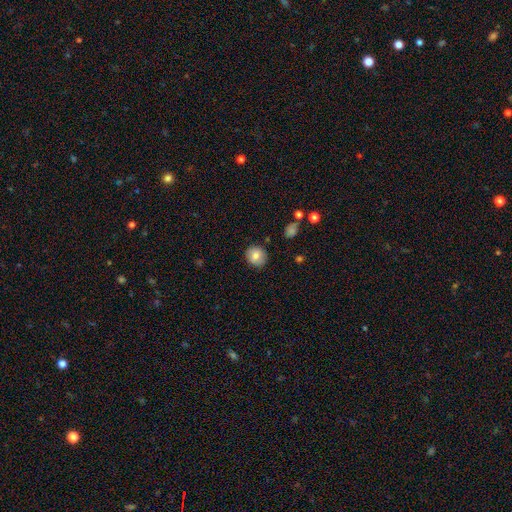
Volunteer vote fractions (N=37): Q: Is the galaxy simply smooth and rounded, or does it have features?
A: smooth — 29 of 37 (78%).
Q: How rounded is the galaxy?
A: round — 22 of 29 (76%).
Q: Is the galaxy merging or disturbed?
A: none — 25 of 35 (71%).